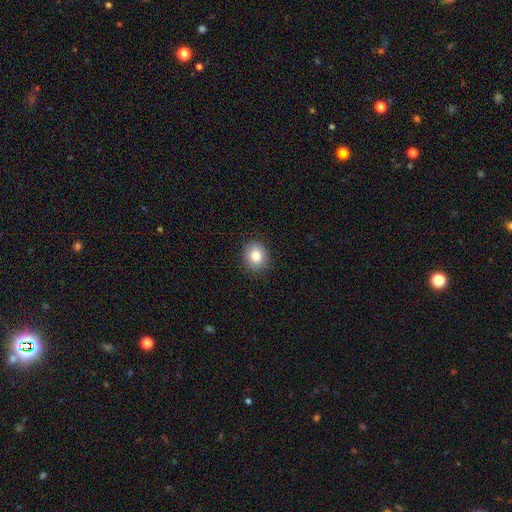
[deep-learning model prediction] Overall: smooth (83%). How rounded: round (72%). Merging: none (89%).